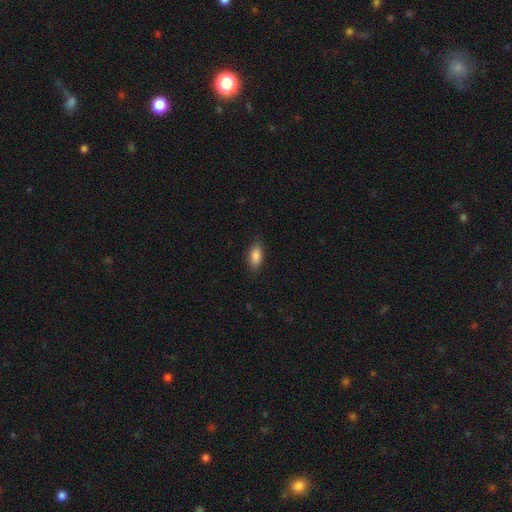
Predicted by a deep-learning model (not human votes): This is clearly a smooth galaxy (88%). How rounded: clearly in between (88%). Merging: clearly none (85%).